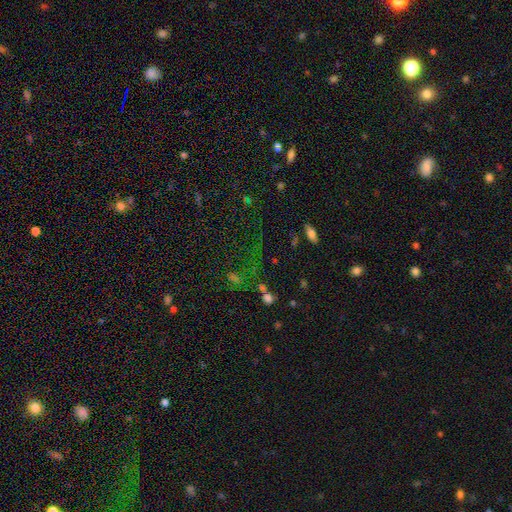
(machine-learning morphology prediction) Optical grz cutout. It shows a star or artifact, not a galaxy (62%).